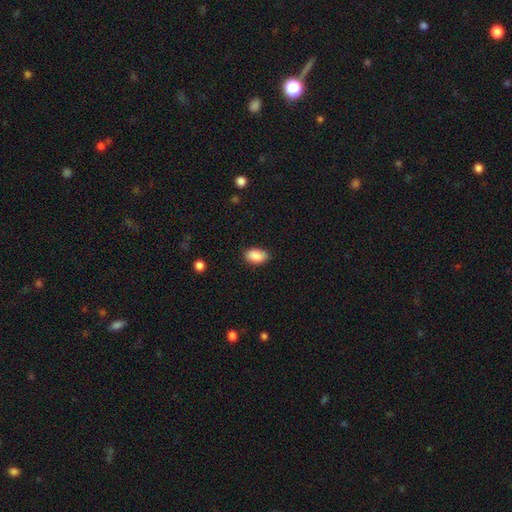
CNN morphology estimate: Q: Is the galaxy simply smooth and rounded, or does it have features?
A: smooth — 90%.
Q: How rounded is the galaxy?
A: in between — 92%.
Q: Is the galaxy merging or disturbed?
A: none — 84%.